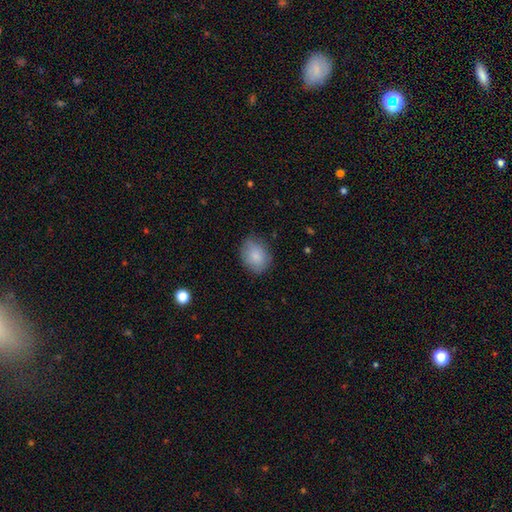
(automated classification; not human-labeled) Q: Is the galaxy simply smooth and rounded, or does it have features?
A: smooth — 85%.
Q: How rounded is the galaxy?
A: in between — 55%.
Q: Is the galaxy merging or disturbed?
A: none — 75%.